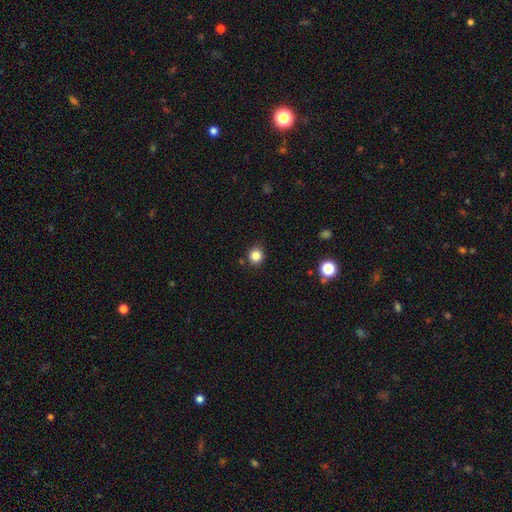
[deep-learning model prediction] Morphology: type=smooth (84%); roundness=round (88%); merging=none (88%).